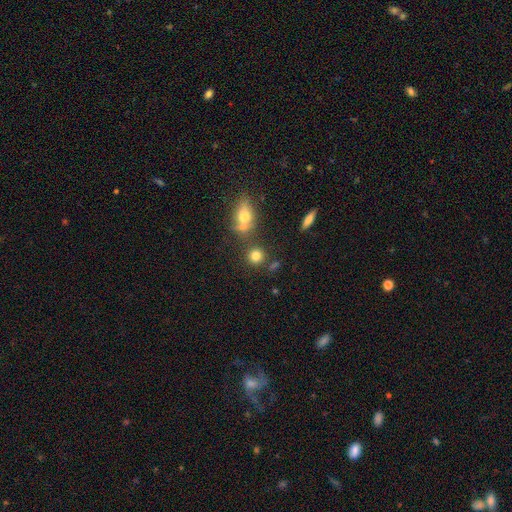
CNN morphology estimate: smooth_or_featured: smooth (p=0.78) [alt: star or artifact p=0.14]
how_rounded: round (p=0.86) [alt: in between p=0.12]
merging: none (p=0.71) [alt: merger p=0.16]